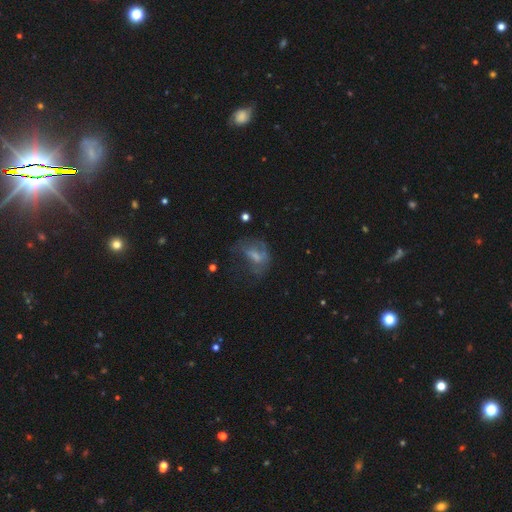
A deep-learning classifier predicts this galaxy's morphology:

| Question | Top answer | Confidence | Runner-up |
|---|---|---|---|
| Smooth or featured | featured or disk | 44% | smooth (34%) |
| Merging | none | 42% | major disturbance (34%) |